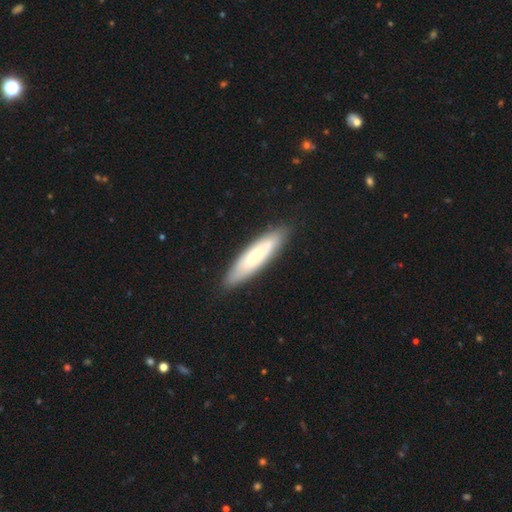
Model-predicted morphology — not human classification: smooth 55%, featured or disk 40%, star or artifact 5%. Down the decision tree: how rounded — cigar-shaped (66%); merging — none (86%).